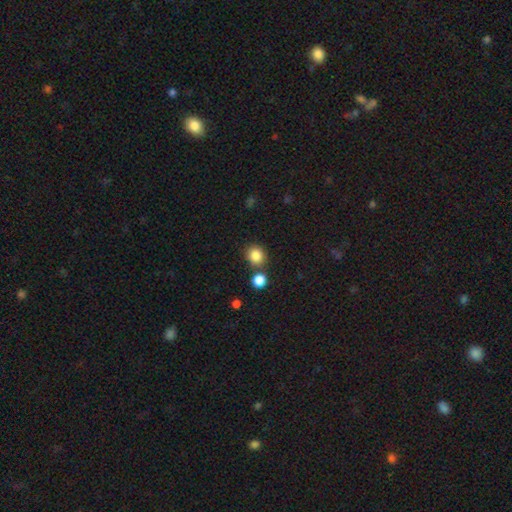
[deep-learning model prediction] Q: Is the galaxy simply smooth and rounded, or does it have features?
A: smooth — 85%.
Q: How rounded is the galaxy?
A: round — 77%.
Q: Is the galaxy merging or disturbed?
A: none — 74%.